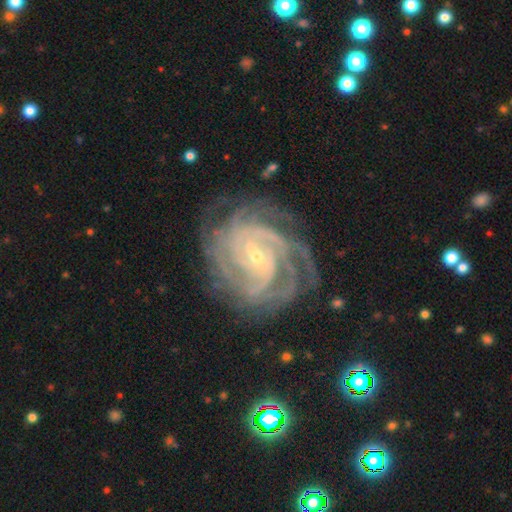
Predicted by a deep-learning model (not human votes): Q: Smooth or featured?
A: featured or disk (92%); runner-up: star or artifact (5%)
Q: Edge-on disk?
A: no (98%); runner-up: yes (2%)
Q: Bar?
A: weak (44%); runner-up: strong (29%)
Q: Spiral arms?
A: yes (99%); runner-up: no (1%)
Q: Spiral winding?
A: tight (76%); runner-up: medium (21%)
Q: Spiral arm count?
A: 4 (29%); runner-up: 3 (19%)
Q: Bulge size?
A: small (81%); runner-up: moderate (16%)
Q: Merging?
A: none (75%); runner-up: minor disturbance (17%)